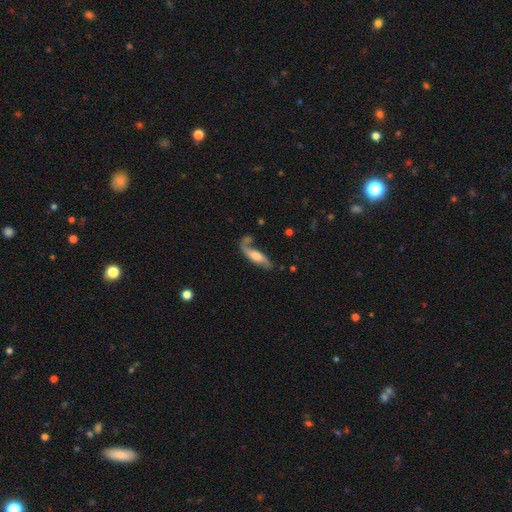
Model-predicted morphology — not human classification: The model was most divided on "merging": none: 52%, minor disturbance: 20%, major disturbance: 15%, merger: 13%. More confident: edge-on disk — no (74%); smooth or featured — featured or disk (67%).